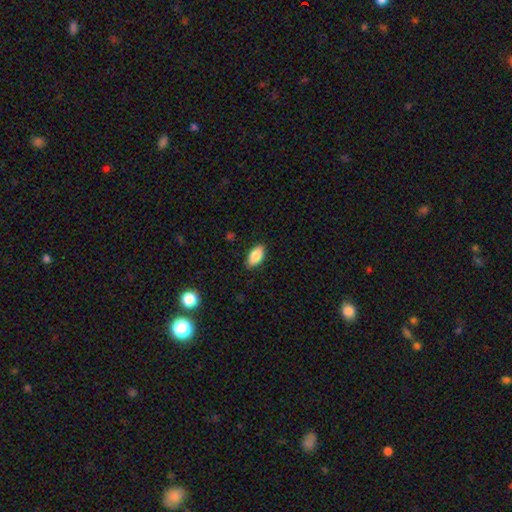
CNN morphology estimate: Smooth or featured? Predicted: smooth (p=0.87). How rounded? Predicted: in between (p=0.92). Merging? Predicted: none (p=0.88).